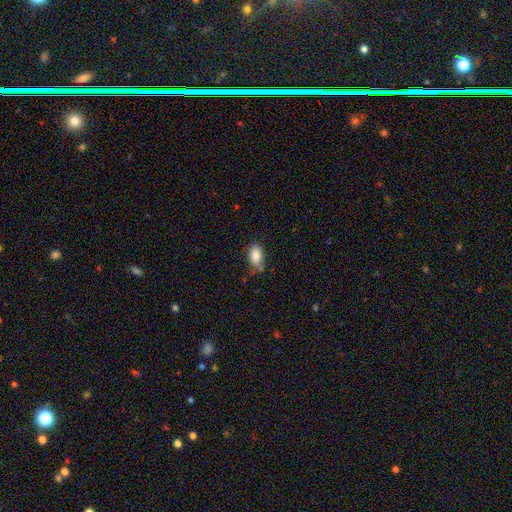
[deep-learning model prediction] Smooth or featured? smooth (86%)
How rounded? in between (90%)
Merging? none (65%)